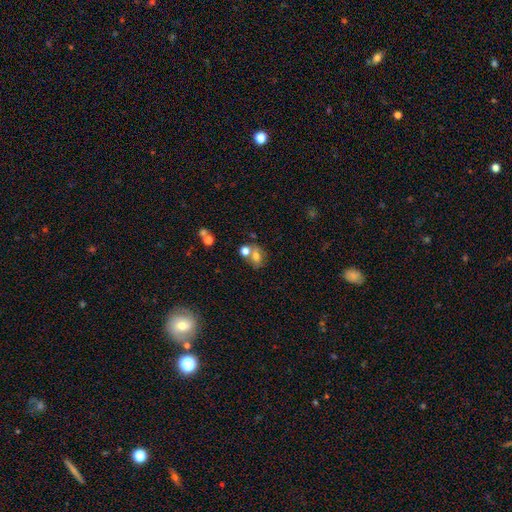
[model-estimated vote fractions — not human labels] smooth 66%, featured or disk 21%, star or artifact 13%. Down the decision tree: how rounded — in between (53%); merging — none (44%).